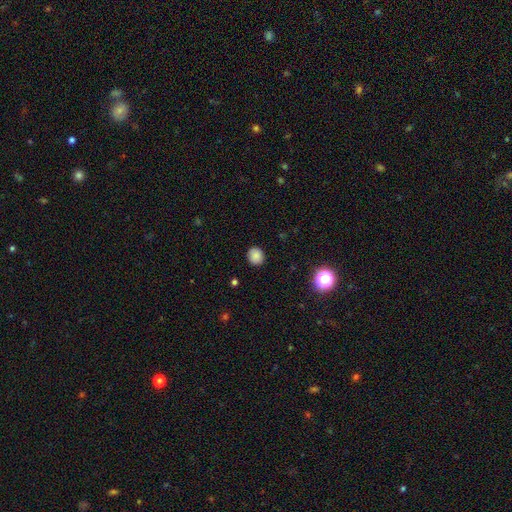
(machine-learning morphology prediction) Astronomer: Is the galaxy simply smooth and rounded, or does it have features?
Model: smooth — 84%.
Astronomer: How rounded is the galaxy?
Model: round — 82%.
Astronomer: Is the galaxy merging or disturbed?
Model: none — 89%.